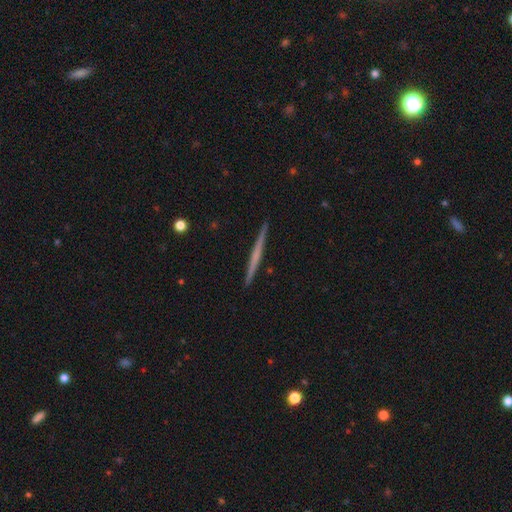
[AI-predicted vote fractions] Smooth or featured? Predicted: featured or disk (p=0.58). Edge-on disk? Predicted: yes (p=0.98). Edge-on bulge? Predicted: none (p=0.81). Merging? Predicted: none (p=0.93).